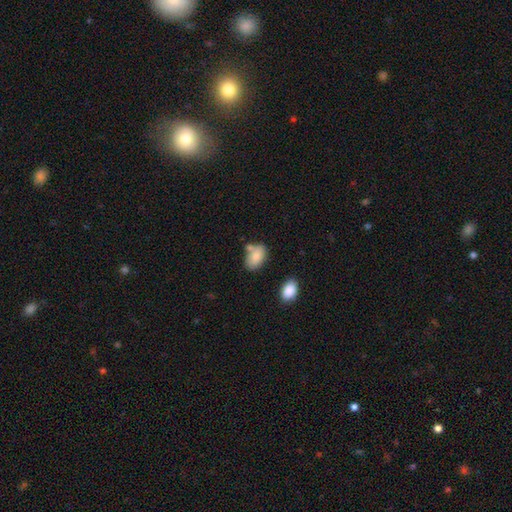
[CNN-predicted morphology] Overall: smooth (83%). How rounded: in between (91%). Merging: none (56%; minor disturbance 20%).